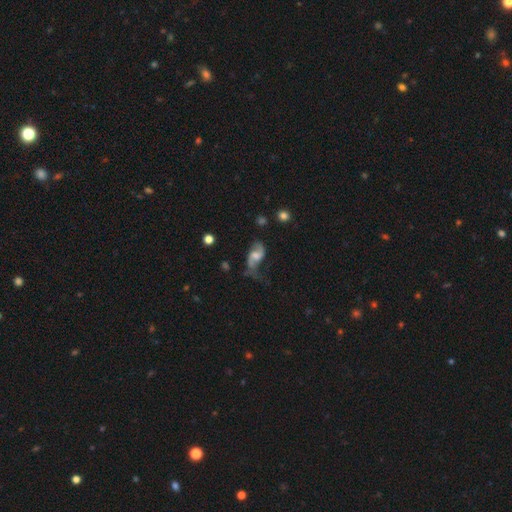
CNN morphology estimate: A featured or disk galaxy (75%) with no bar (44%, tied with weak), 2 (87%) loose (69%) spiral arms (92%) and a moderate central bulge (41%).

Vote fractions:
- Smooth or featured? featured or disk: 75% / smooth: 17% / star or artifact: 8%
- Edge-on disk? no: 96% / yes: 4%
- Bar? no: 44% (tied) / weak: 44% (tied) / strong: 12%
- Spiral arms? yes: 92% / no: 8%
- Spiral winding? loose: 69% / medium: 25% / tight: 6%
- Spiral arm count? 2: 87% / 1: 6% / can't tell: 4% / 3: 1% / 4: 1% / more than 4: 1%
- Bulge size? moderate: 41% / small: 28% / none: 16% / large: 13% / dominant: 2%
- Merging? none: 46% / major disturbance: 25% / minor disturbance: 25% / merger: 4%